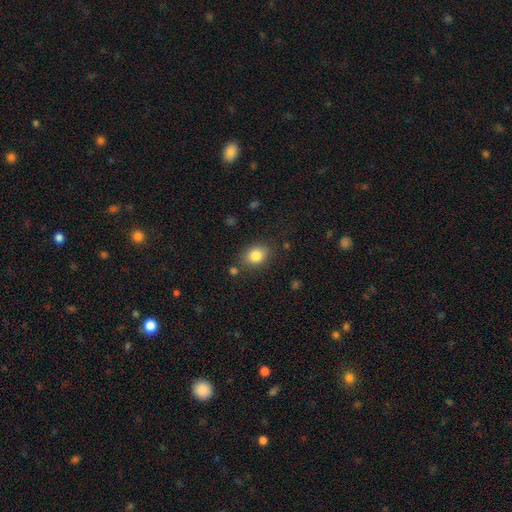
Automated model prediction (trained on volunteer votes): Overall: smooth (82%). How rounded: in between (56%; round 43%). Merging: none (79%).